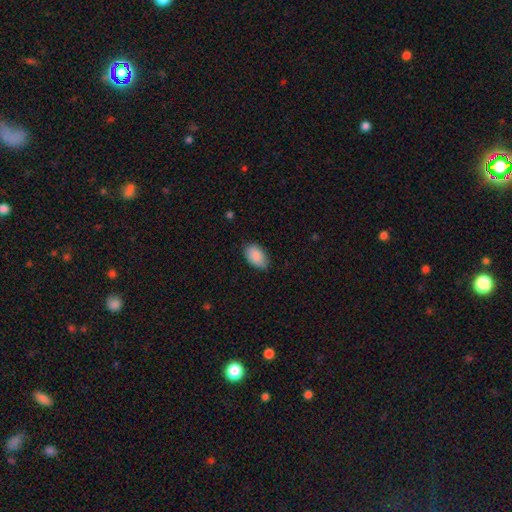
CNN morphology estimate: A smooth galaxy with no disk features (89%) that is in between round and cigar-shaped (93%).

Vote fractions:
- Smooth or featured? smooth: 89% / star or artifact: 6% / featured or disk: 5%
- How rounded? in between: 93% / round: 6% / cigar-shaped: 1%
- Merging? none: 78% / minor disturbance: 18% / major disturbance: 3% / merger: 1%